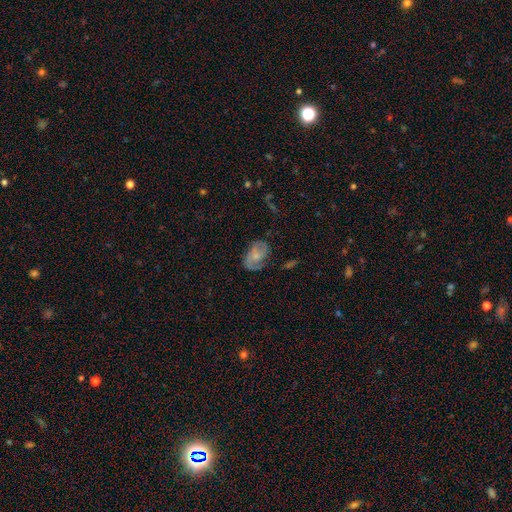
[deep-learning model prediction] Q: Smooth or featured?
A: featured or disk (51%); runner-up: smooth (41%)
Q: Edge-on disk?
A: no (96%); runner-up: yes (4%)
Q: Merging?
A: none (61%); runner-up: minor disturbance (25%)